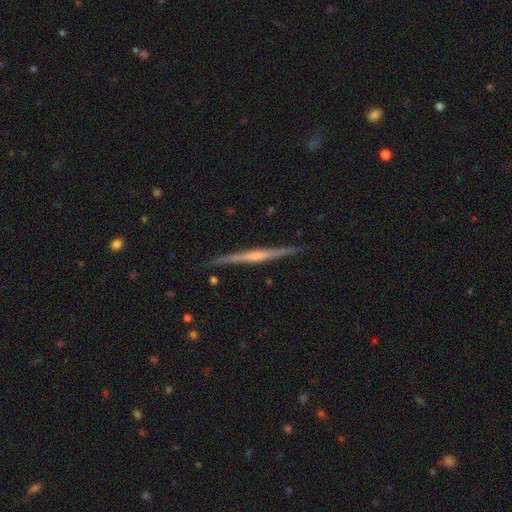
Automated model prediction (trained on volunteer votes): Smooth or featured: featured or disk — 78% (smooth — 16%)
Edge-on disk: yes — 98% (no — 2%)
Edge-on bulge: rounded — 70% (none — 21%)
Merging: none — 91% (minor disturbance — 7%)